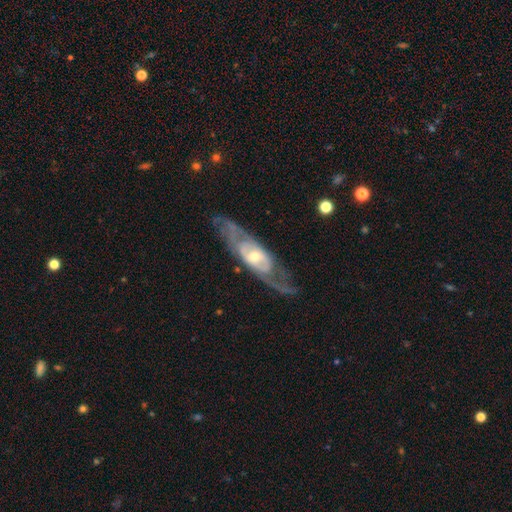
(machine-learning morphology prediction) featured or disk 84%, smooth 11%, star or artifact 6%. Down the decision tree: edge-on disk — no (76%); bar — no (57%); spiral arms — yes (86%); spiral arm count — 2 (53%); spiral winding — tight (46%); bulge size — moderate (51%); merging — none (73%).